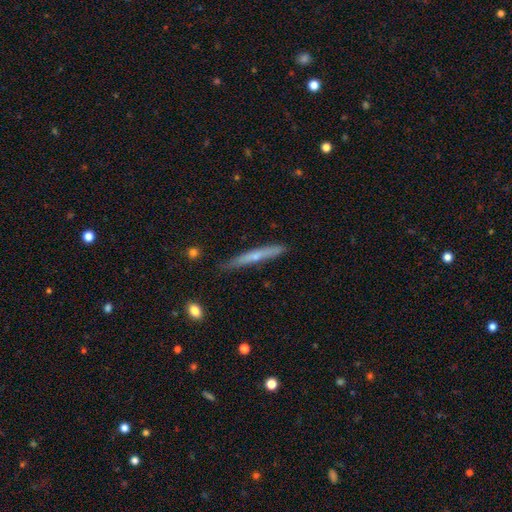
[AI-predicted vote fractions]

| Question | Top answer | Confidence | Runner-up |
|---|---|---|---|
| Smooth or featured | featured or disk | 47% | tied: smooth (47%) |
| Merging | none | 83% | minor disturbance (14%) |